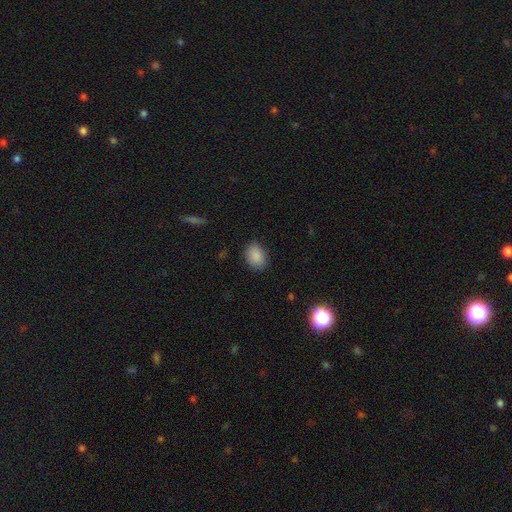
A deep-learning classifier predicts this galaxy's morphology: Overall: smooth (88%). How rounded: in between (75%). Merging: none (83%).